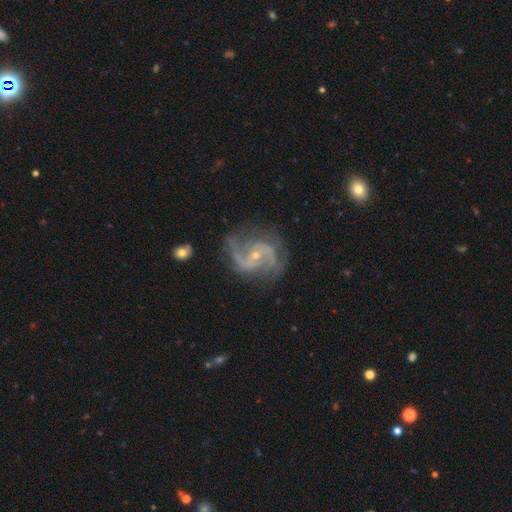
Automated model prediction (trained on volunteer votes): A featured or disk galaxy (90%) with no bar (51%), 2 (85%) medium (52%) spiral arms (98%) and a small central bulge (72%). Merging: none (70%).